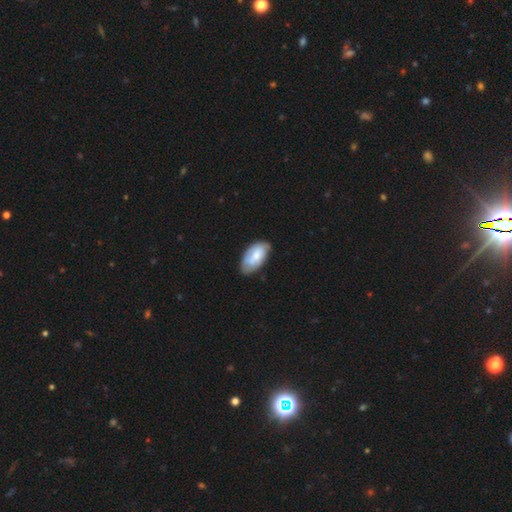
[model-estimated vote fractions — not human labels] A smooth galaxy with no disk features (65%) that is in between round and cigar-shaped (95%).

Vote fractions:
- Smooth or featured? smooth: 65% / featured or disk: 29% / star or artifact: 6%
- How rounded? in between: 95% / cigar-shaped: 3% / round: 2%
- Merging? none: 63% / minor disturbance: 29% / major disturbance: 6% / merger: 2%